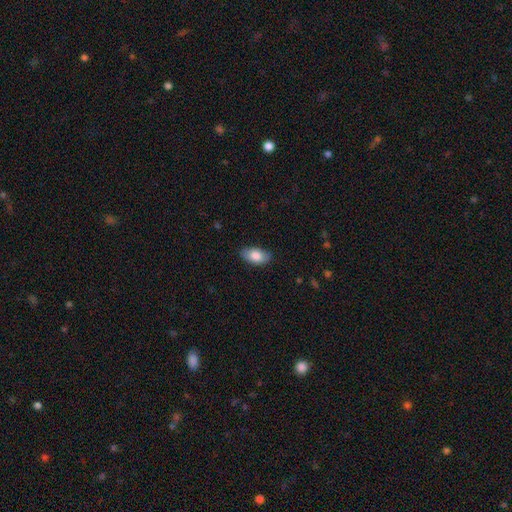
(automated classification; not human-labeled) Smooth or featured: smooth — 83% (featured or disk — 11%)
How rounded: in between — 93% (round — 4%)
Merging: none — 85% (minor disturbance — 12%)